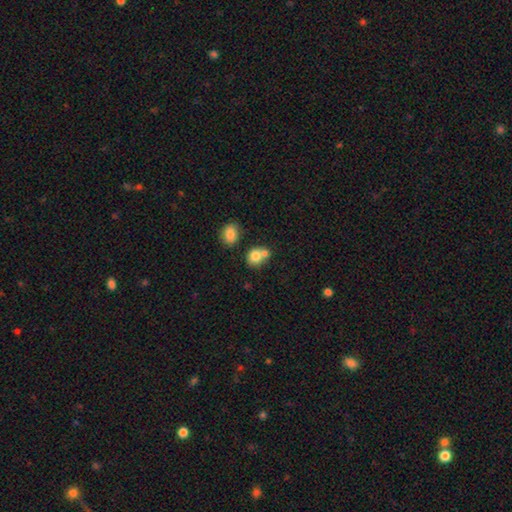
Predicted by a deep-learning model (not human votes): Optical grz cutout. It shows a smooth galaxy with no disk features (79%) that is round (72%). Merging: merger (46%).